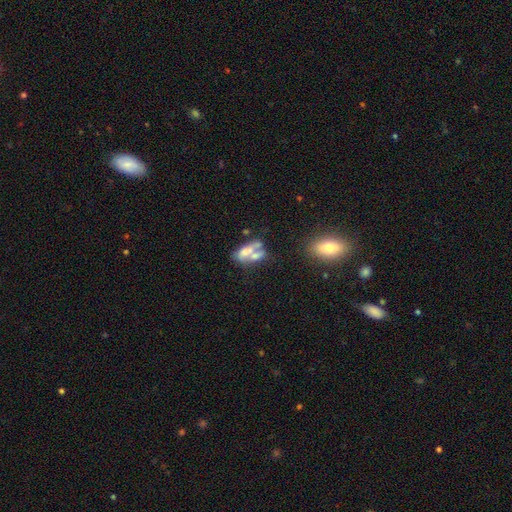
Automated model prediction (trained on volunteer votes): A smooth galaxy with no disk features (50%) that is in between round and cigar-shaped (79%). Merging: merger (58%).